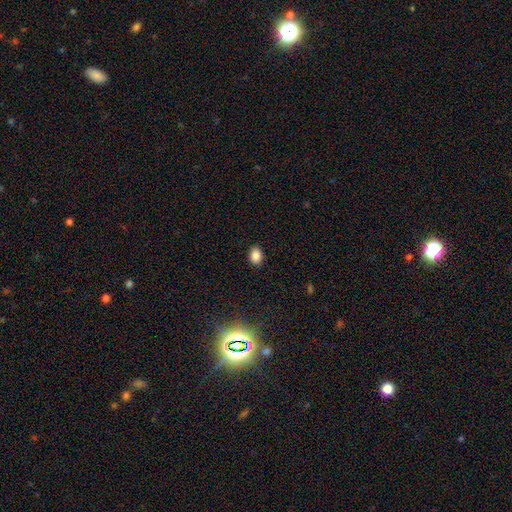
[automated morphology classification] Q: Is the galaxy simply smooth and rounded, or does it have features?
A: smooth — 86%.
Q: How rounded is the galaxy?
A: in between — 71%.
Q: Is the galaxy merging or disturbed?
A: none — 89%.